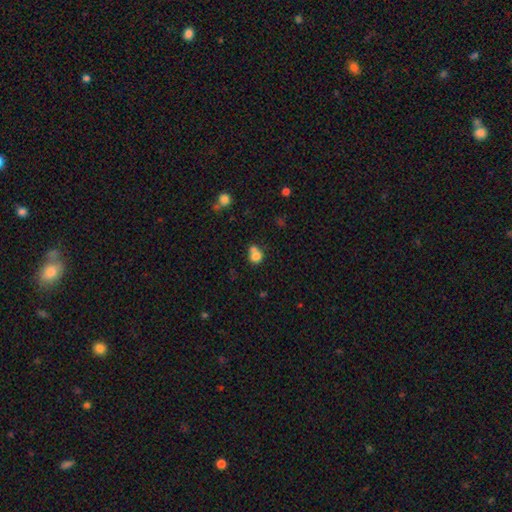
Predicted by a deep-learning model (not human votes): Smooth or featured?
  - smooth: 78% *
  - star or artifact: 11%
  - featured or disk: 11%
How rounded?
  - round: 74% *
  - in between: 25%
  - cigar-shaped: 1%
Merging?
  - merger: 48% *
  - none: 36%
  - minor disturbance: 11%
  - major disturbance: 5%